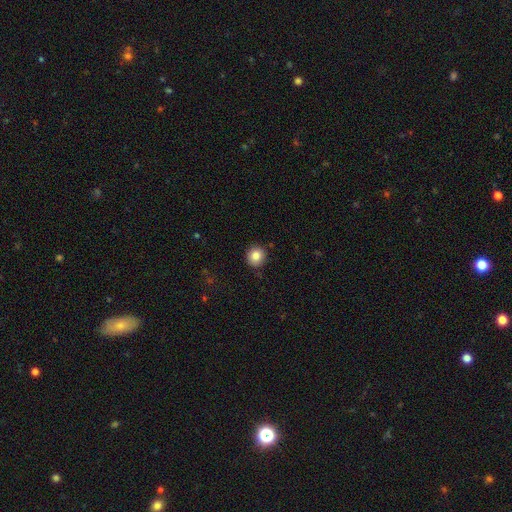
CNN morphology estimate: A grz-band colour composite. It shows a smooth galaxy with no disk features (84%) that is round (92%). Merging: none (90%).